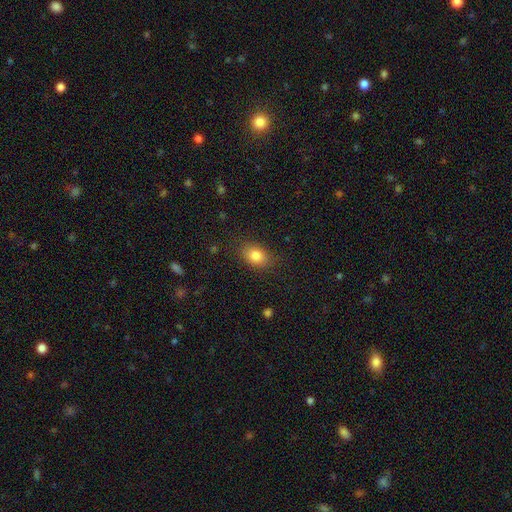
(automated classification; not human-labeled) This is clearly a smooth galaxy (83%). How rounded: likely in between (73%). Merging: clearly none (82%).